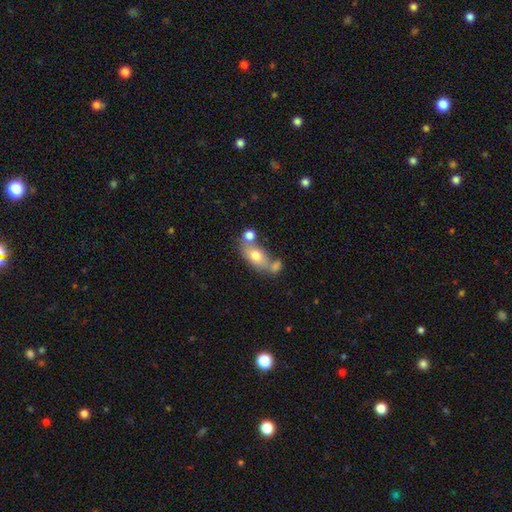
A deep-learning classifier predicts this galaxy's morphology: smooth 68%, featured or disk 23%, star or artifact 9%. Down the decision tree: how rounded — in between (81%); merging — none (40%).